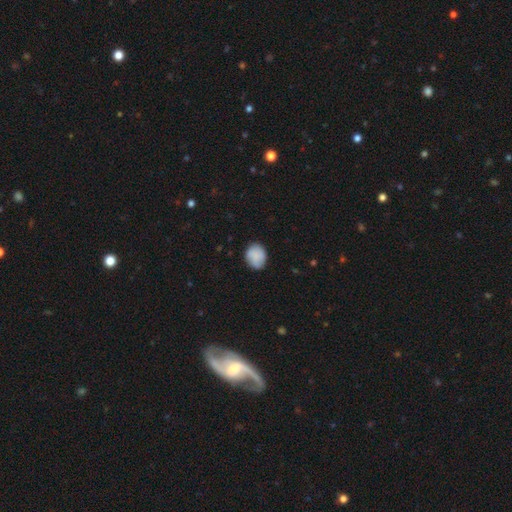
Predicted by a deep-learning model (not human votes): Q: Smooth or featured?
A: smooth (83%); runner-up: featured or disk (10%)
Q: How rounded?
A: round (51%); runner-up: in between (48%)
Q: Merging?
A: none (73%); runner-up: minor disturbance (22%)